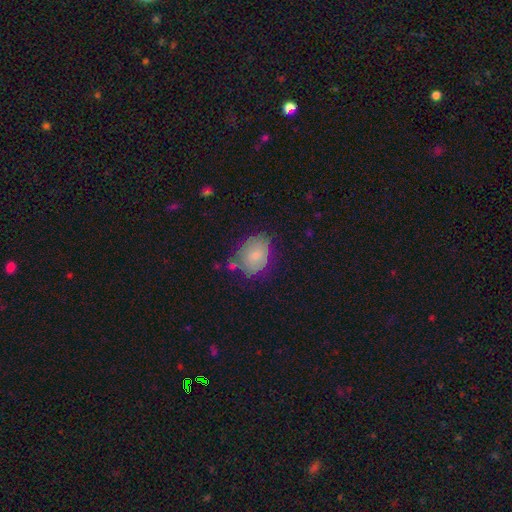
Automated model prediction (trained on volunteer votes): The model was most divided on "merging": none: 57%, minor disturbance: 28%, major disturbance: 9%, merger: 6%. More confident: how rounded — in between (71%); smooth or featured — smooth (64%).